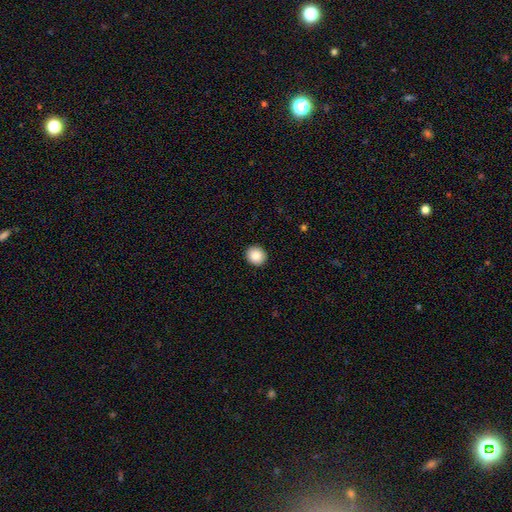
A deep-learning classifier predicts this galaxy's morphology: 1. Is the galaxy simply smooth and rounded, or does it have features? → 87% smooth, 8% star or artifact, 4% featured or disk.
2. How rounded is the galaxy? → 86% round, 13% in between, 1% cigar-shaped.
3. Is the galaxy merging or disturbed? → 93% none, 5% minor disturbance, 2% major disturbance, 1% merger.